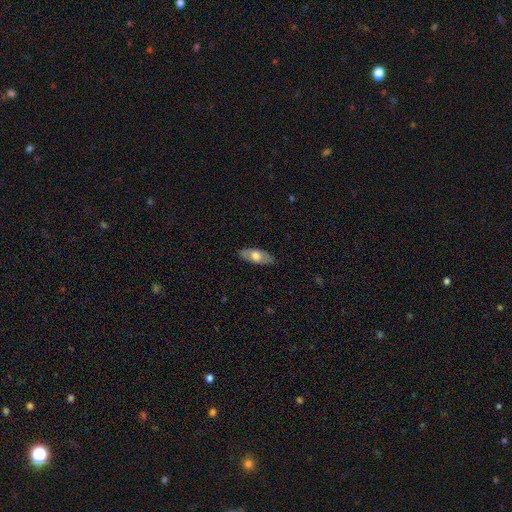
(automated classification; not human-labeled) Morphology: type=smooth (60%); roundness=in between (82%); merging=none (84%).